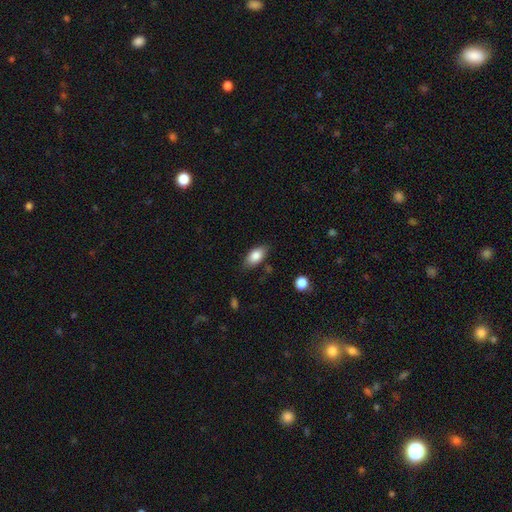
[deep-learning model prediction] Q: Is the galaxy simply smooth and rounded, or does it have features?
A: smooth — 83%.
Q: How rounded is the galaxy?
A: in between — 90%.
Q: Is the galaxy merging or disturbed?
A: none — 80%.